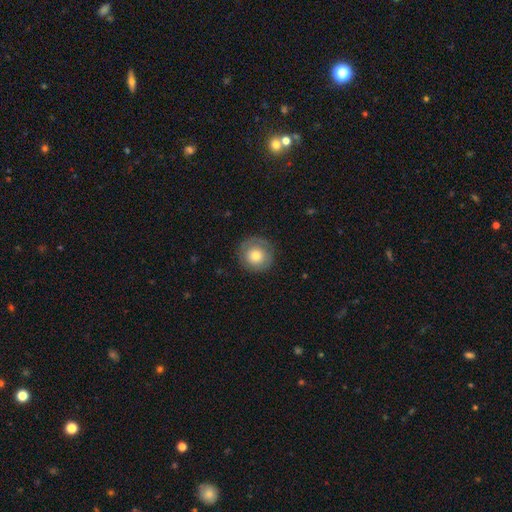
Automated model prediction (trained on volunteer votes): Smooth or featured? smooth (69%)
How rounded? round (94%)
Merging? none (83%)